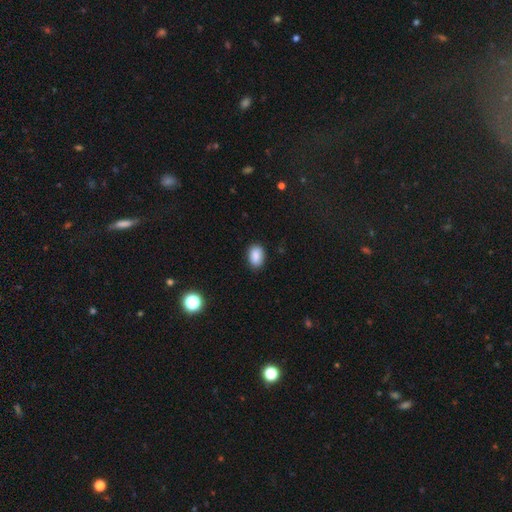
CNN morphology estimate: This appears to be a smooth galaxy with no disk features (87%) that is in between round and cigar-shaped (85%). Merging: none (83%).